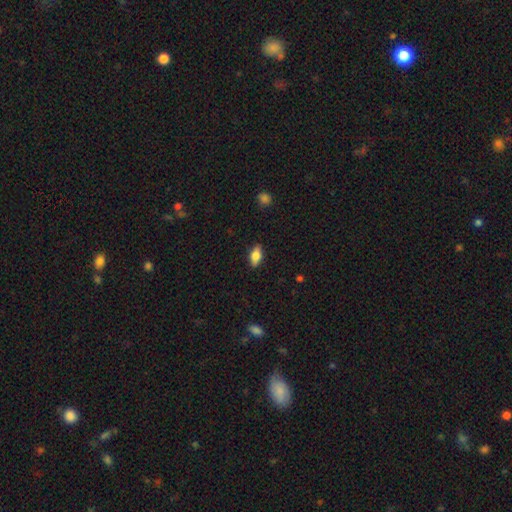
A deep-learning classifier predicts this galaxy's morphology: Overall: smooth (75%). How rounded: in between (86%). Merging: none (87%).